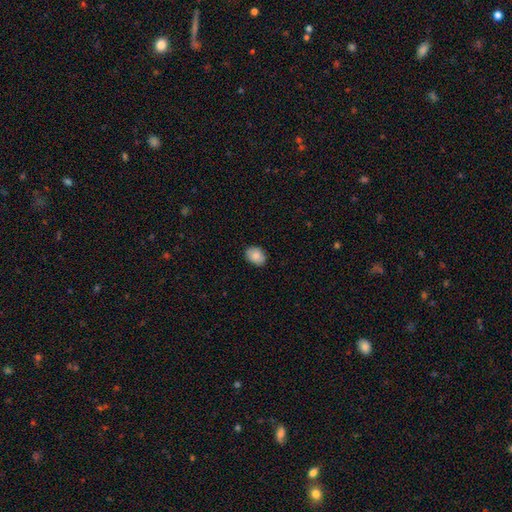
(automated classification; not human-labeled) This appears to be a smooth galaxy with no disk features (83%) that is in between round and cigar-shaped (69%). Merging: none (86%).